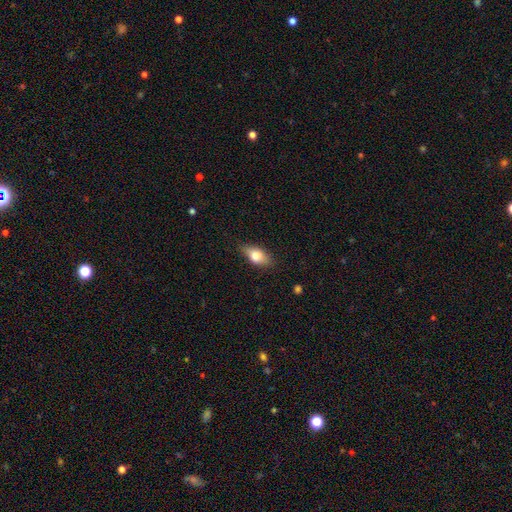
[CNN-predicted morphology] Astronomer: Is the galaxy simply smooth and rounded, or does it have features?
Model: smooth — 75%.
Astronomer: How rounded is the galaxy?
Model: in between — 84%.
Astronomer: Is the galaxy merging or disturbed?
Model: none — 77%.